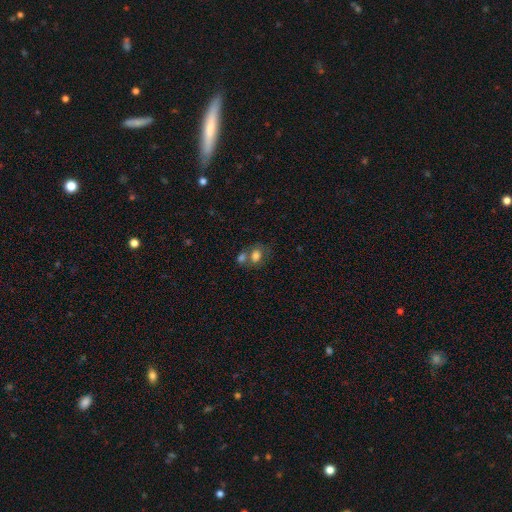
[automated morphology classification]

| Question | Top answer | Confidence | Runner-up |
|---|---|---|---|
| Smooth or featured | smooth | 76% | featured or disk (14%) |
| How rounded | in between | 66% | round (32%) |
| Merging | merger | 43% | none (39%) |